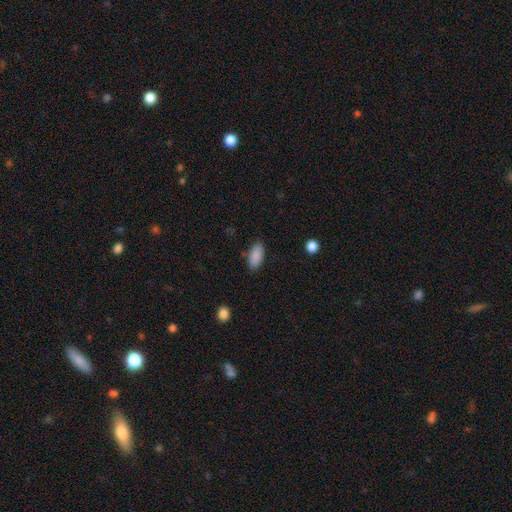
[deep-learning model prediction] Smooth or featured?
  - smooth: 89% *
  - star or artifact: 7%
  - featured or disk: 4%
How rounded?
  - in between: 89% *
  - cigar-shaped: 9%
  - round: 2%
Merging?
  - none: 85% *
  - minor disturbance: 11%
  - major disturbance: 3%
  - merger: 1%